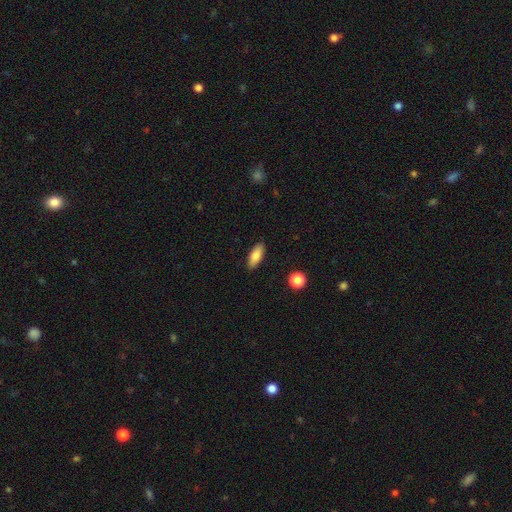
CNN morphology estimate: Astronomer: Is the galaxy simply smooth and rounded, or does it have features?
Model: smooth — 82%.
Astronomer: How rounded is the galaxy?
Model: in between — 81%.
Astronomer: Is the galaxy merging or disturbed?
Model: none — 87%.